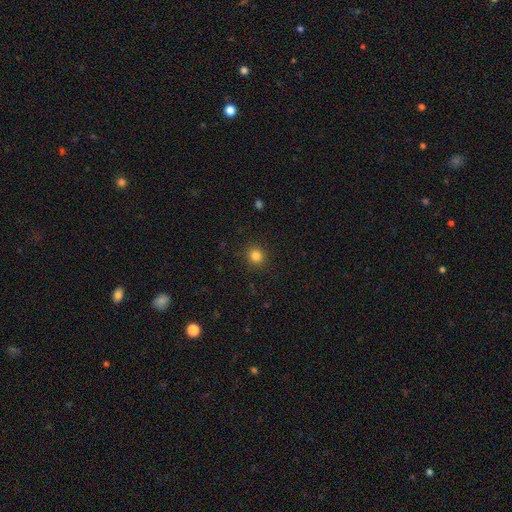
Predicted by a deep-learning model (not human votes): Overall: smooth (83%). How rounded: round (86%). Merging: none (90%).